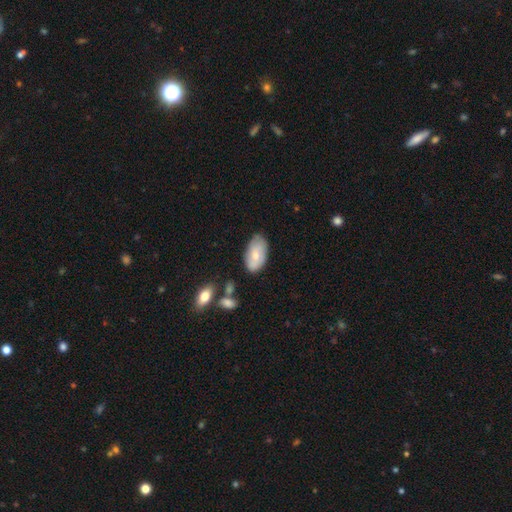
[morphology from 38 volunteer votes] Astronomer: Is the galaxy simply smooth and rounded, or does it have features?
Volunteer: smooth — 89%.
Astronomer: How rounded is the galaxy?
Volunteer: in between — 97%.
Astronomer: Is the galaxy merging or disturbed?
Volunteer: none — 62%.